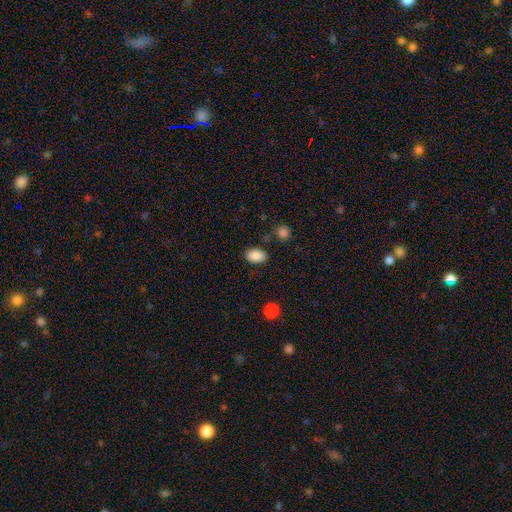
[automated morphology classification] Smooth or featured? smooth (88%)
How rounded? in between (85%)
Merging? none (83%)